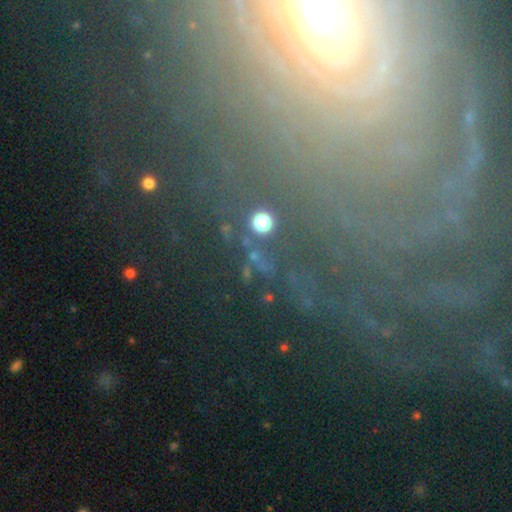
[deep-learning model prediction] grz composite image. It shows a star or artifact, not a galaxy (59%).